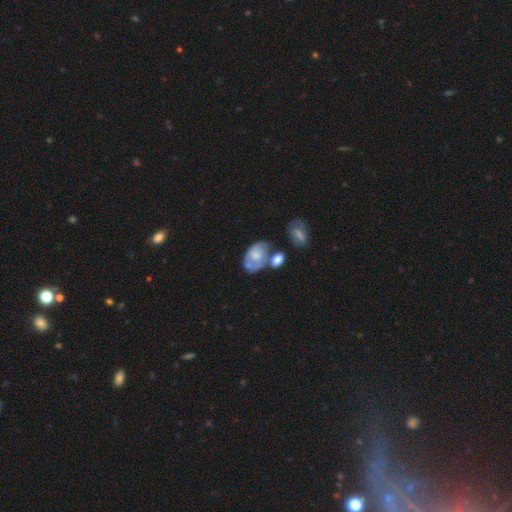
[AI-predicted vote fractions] Smooth or featured? featured or disk (47%)
Merging? none (33%)